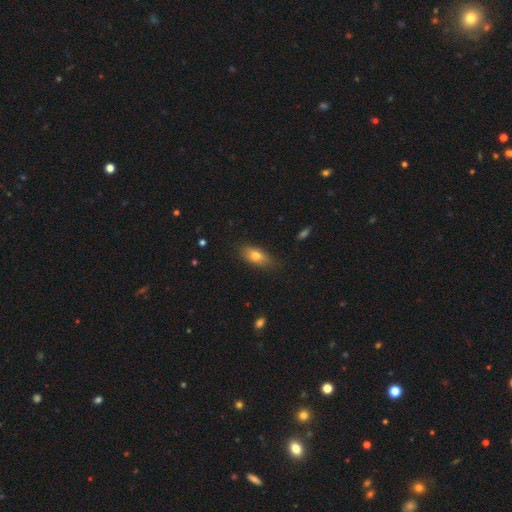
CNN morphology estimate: The model was most divided on "smooth or featured": smooth: 73%, featured or disk: 19%, star or artifact: 8%. More confident: how rounded — in between (80%); merging — none (78%).